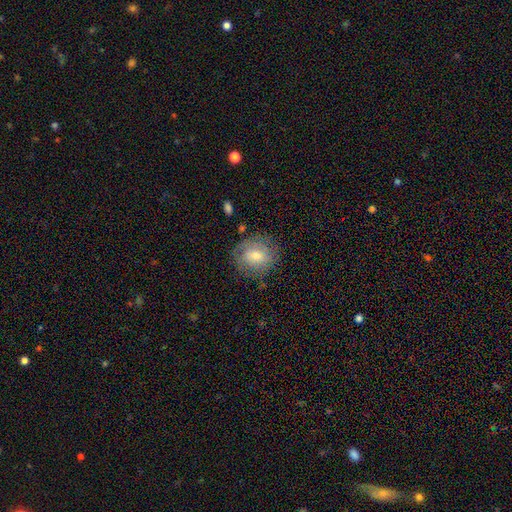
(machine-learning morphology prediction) This is possibly a smooth galaxy (49%). Merging: likely none (76%).